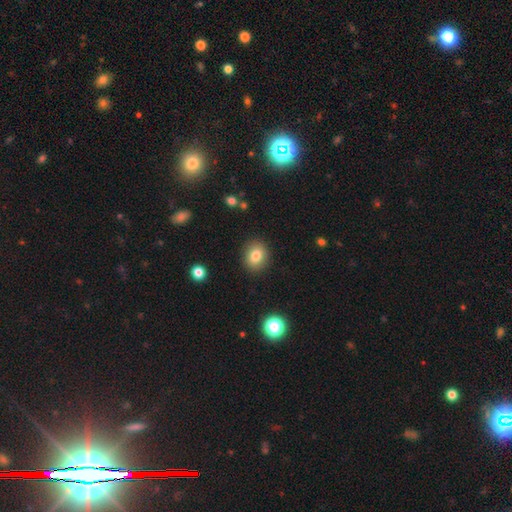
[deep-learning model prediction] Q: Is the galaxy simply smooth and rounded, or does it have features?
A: smooth — 82%.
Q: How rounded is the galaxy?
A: round — 57%.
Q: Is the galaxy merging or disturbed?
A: none — 89%.